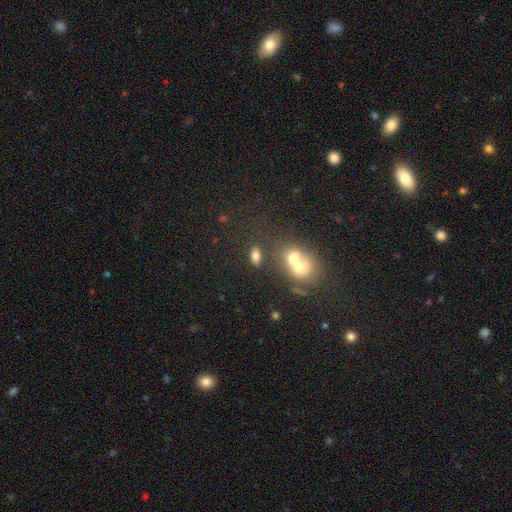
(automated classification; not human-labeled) Smooth or featured: smooth — 75% (star or artifact — 12%)
How rounded: in between — 84% (round — 12%)
Merging: none — 61% (merger — 24%)